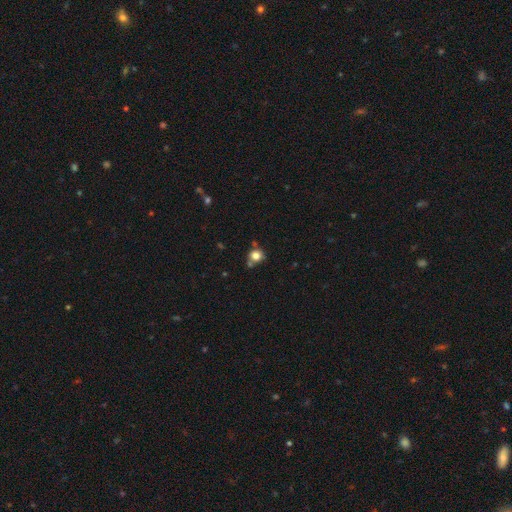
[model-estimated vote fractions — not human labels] This appears to be a smooth galaxy with no disk features (79%) that is round (84%). Merging: none (65%).